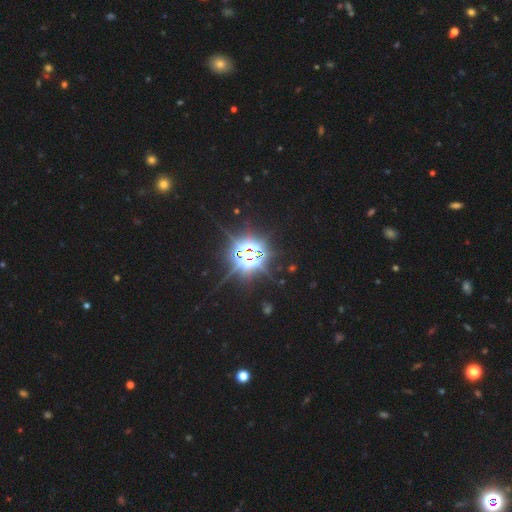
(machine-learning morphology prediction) Q: Smooth or featured?
A: star or artifact (82%); runner-up: featured or disk (9%)